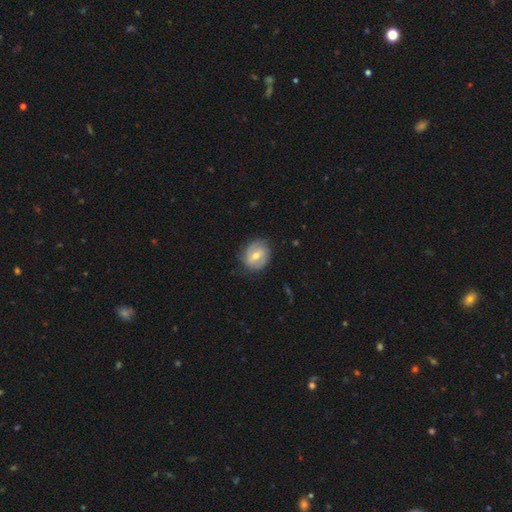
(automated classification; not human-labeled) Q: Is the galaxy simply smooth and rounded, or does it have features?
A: featured or disk — 55%.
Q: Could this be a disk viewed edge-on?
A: no — 95%.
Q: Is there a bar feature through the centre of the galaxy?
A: weak — 51%.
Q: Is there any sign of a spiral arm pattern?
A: yes — 70%.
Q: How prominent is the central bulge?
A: moderate — 67%.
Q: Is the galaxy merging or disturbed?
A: none — 80%.